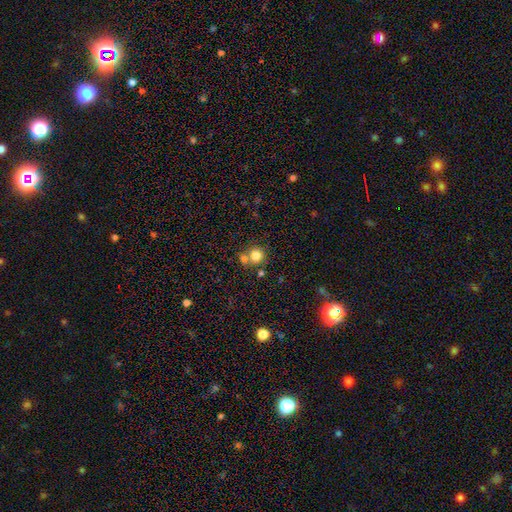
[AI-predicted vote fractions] Smooth or featured: smooth — 80% (star or artifact — 12%)
How rounded: round — 90% (in between — 9%)
Merging: none — 59% (merger — 31%)